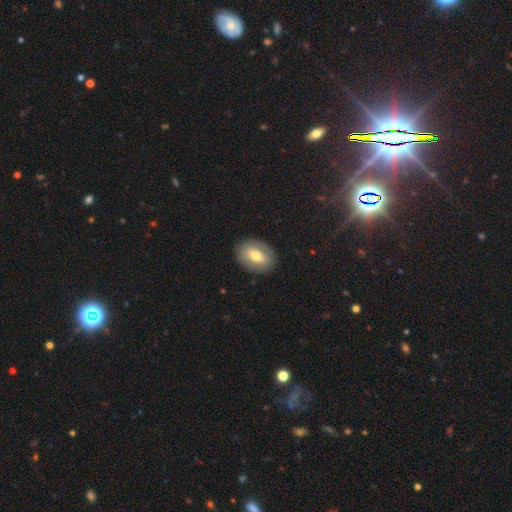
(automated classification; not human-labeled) Morphology: type=smooth (57%); roundness=in between (78%); merging=none (86%).